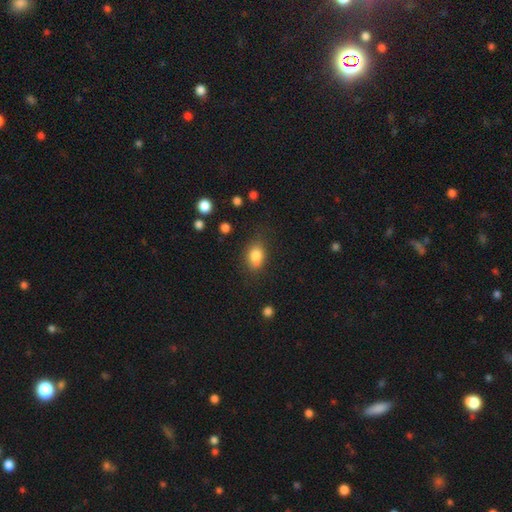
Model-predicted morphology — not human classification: smooth_or_featured: smooth (p=0.83) [alt: star or artifact p=0.09]
how_rounded: in between (p=0.72) [alt: round p=0.26]
merging: none (p=0.70) [alt: minor disturbance p=0.20]